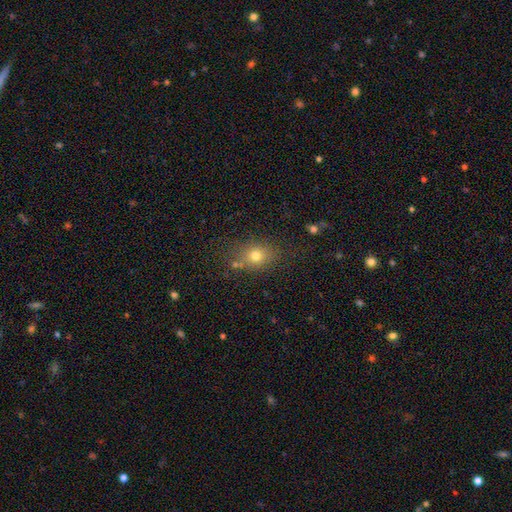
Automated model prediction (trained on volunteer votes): A smooth galaxy with no disk features (73%) that is round (56%).

Vote fractions:
- Smooth or featured? smooth: 73% / star or artifact: 16% / featured or disk: 11%
- How rounded? round: 56% / in between: 43% / cigar-shaped: 2%
- Merging? none: 73% / minor disturbance: 14% / merger: 7% / major disturbance: 5%